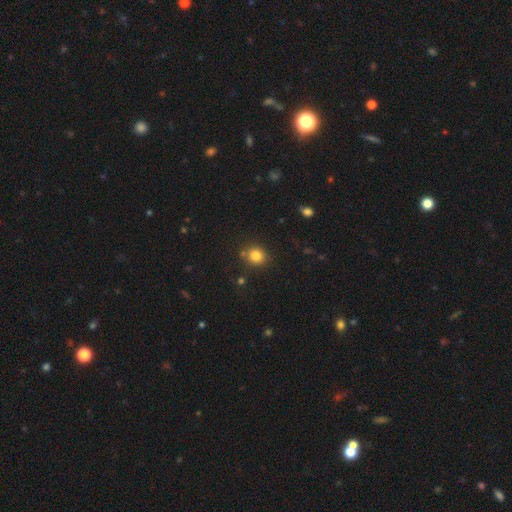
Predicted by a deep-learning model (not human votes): A smooth galaxy with no disk features (82%) that is round (83%). Merging: none (80%).